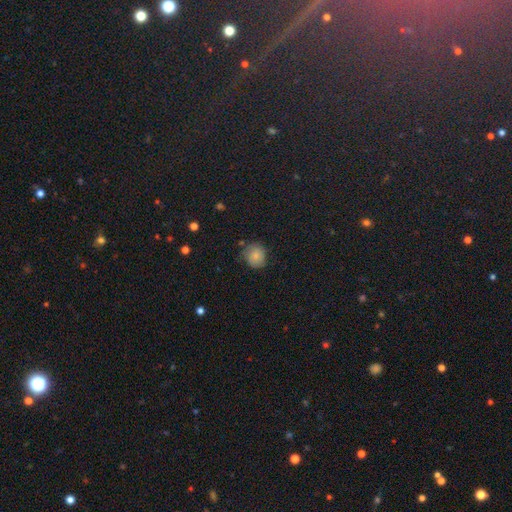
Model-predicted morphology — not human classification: Q: Smooth or featured?
A: smooth (74%); runner-up: featured or disk (16%)
Q: How rounded?
A: round (78%); runner-up: in between (21%)
Q: Merging?
A: none (65%); runner-up: minor disturbance (26%)